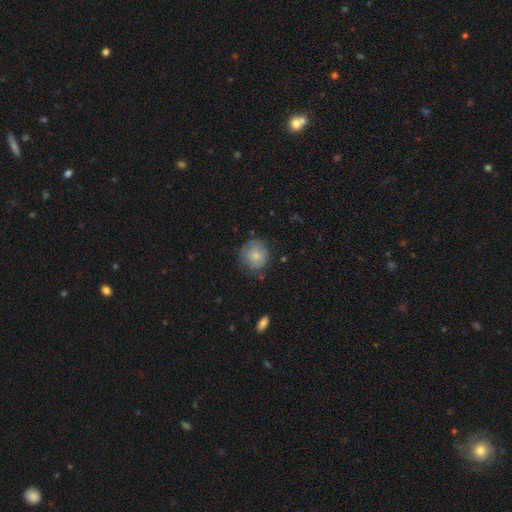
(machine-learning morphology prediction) type=smooth (78%); roundness=round (88%); merging=none (68%).